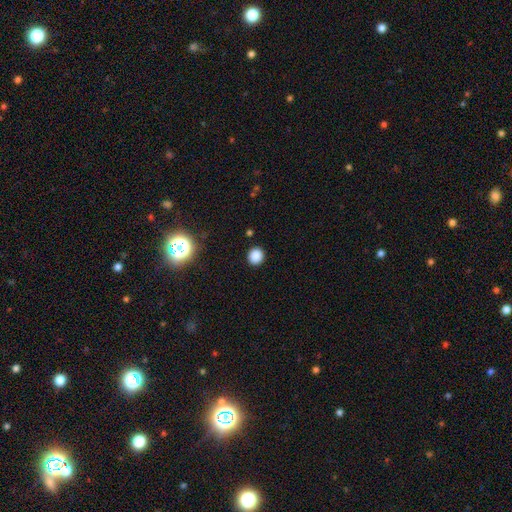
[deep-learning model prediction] Q: Smooth or featured?
A: smooth (84%); runner-up: star or artifact (13%)
Q: How rounded?
A: round (85%); runner-up: in between (14%)
Q: Merging?
A: none (91%); runner-up: minor disturbance (6%)